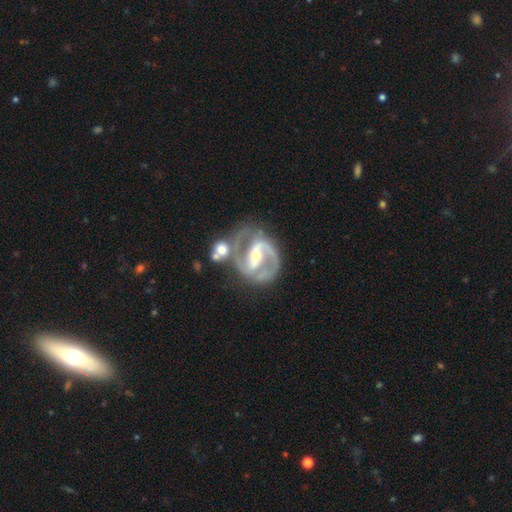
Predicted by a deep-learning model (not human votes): Smooth or featured: featured or disk — 91% (star or artifact — 4%)
Edge-on disk: no — 97% (yes — 3%)
Bar: strong — 57% (weak — 30%)
Spiral arms: yes — 97% (no — 3%)
Spiral winding: medium — 57% (tight — 31%)
Spiral arm count: 2 — 89% (3 — 4%)
Bulge size: moderate — 51% (small — 45%)
Merging: none — 55% (merger — 19%)